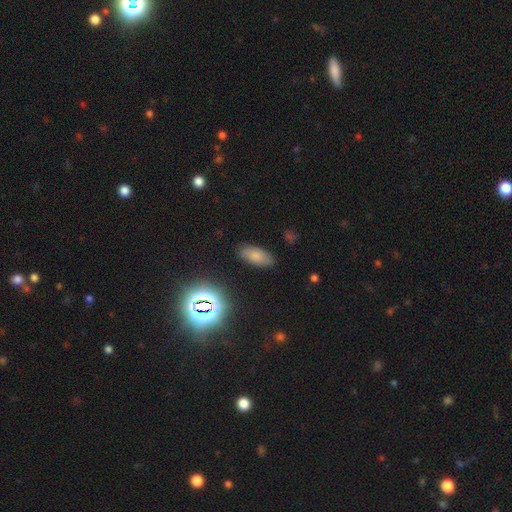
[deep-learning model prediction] A smooth galaxy with no disk features (76%) that is in between round and cigar-shaped (90%).

Vote fractions:
- Smooth or featured? smooth: 76% / star or artifact: 14% / featured or disk: 10%
- How rounded? in between: 90% / cigar-shaped: 8% / round: 3%
- Merging? none: 85% / minor disturbance: 11% / major disturbance: 3% / merger: 1%